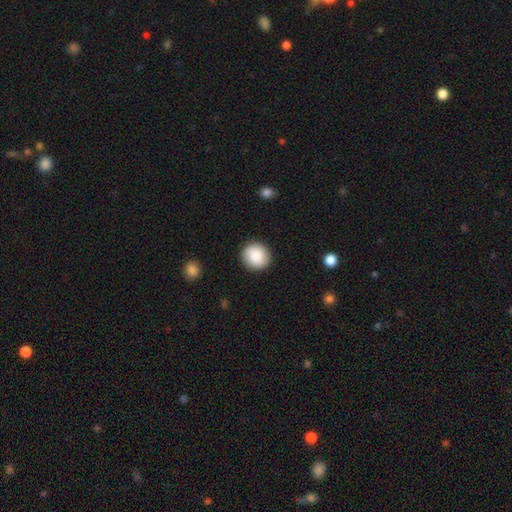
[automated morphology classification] Smooth or featured? Predicted: smooth (p=0.87). How rounded? Predicted: round (p=0.89). Merging? Predicted: none (p=0.90).